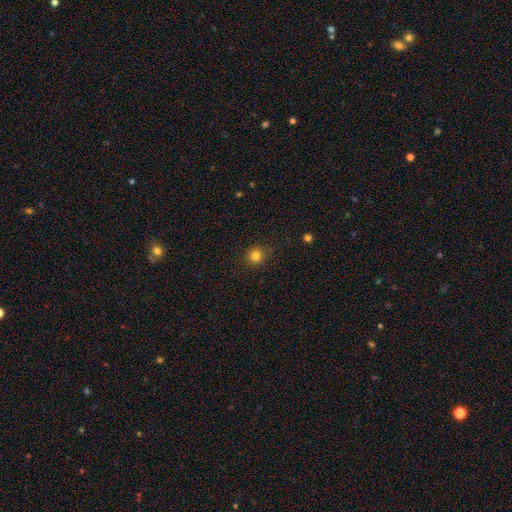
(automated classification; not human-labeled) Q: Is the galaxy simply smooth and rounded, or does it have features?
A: smooth — 82%.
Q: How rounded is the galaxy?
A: round — 90%.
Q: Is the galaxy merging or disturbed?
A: none — 89%.